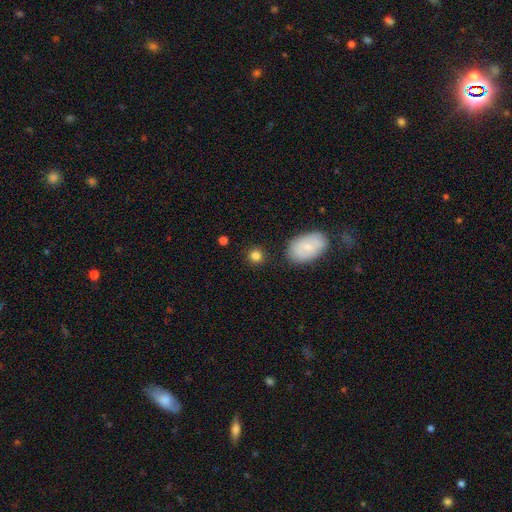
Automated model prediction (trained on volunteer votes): This is clearly a smooth galaxy (83%). How rounded: clearly round (86%). Merging: clearly none (86%).